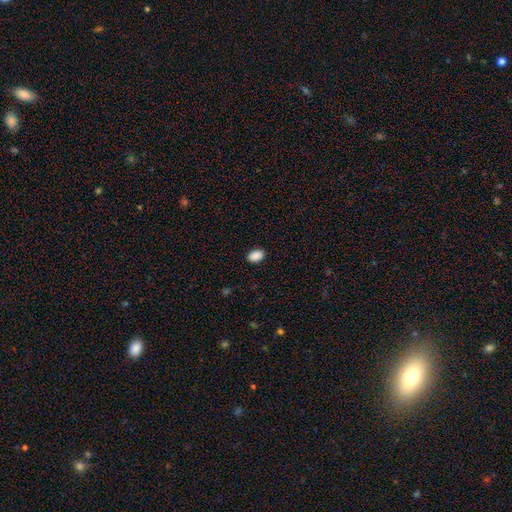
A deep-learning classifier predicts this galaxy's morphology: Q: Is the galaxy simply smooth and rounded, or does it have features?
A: smooth — 90%.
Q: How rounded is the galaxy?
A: in between — 88%.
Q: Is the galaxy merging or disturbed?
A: none — 89%.